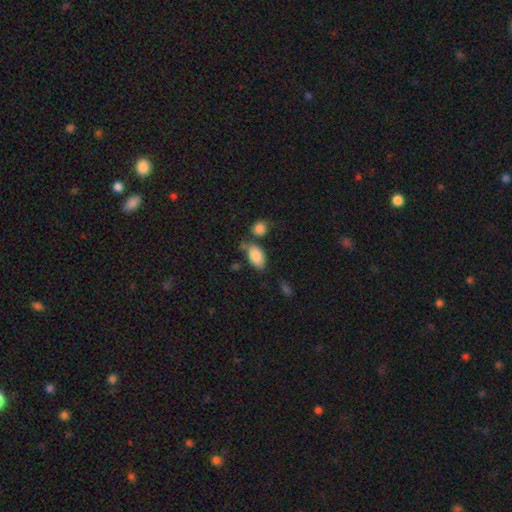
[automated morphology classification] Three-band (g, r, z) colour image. It shows a smooth galaxy with no disk features (86%) that is in between round and cigar-shaped (92%). Merging: none (52%).